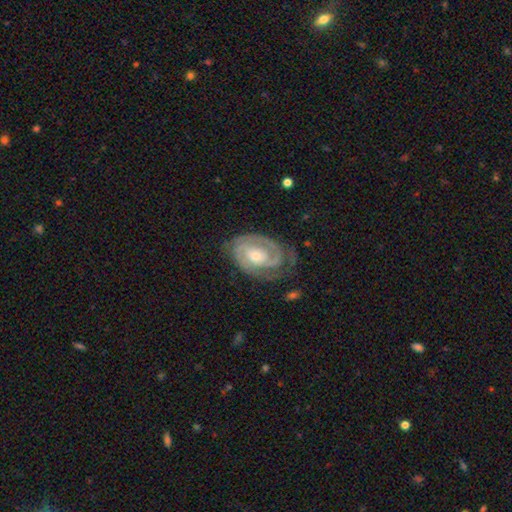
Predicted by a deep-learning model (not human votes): Q: Smooth or featured?
A: featured or disk (87%); runner-up: smooth (8%)
Q: Edge-on disk?
A: no (97%); runner-up: yes (3%)
Q: Bar?
A: no (61%); runner-up: weak (31%)
Q: Spiral arms?
A: yes (96%); runner-up: no (4%)
Q: Spiral winding?
A: tight (69%); runner-up: medium (26%)
Q: Spiral arm count?
A: 2 (68%); runner-up: can't tell (12%)
Q: Bulge size?
A: moderate (58%); runner-up: small (29%)
Q: Merging?
A: none (69%); runner-up: minor disturbance (20%)